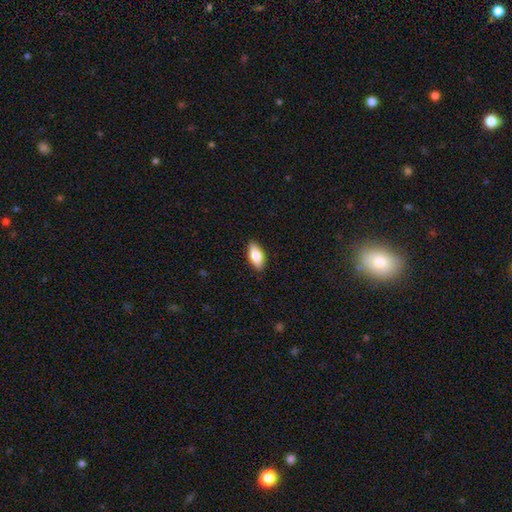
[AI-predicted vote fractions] Smooth or featured?
  - smooth: 82% *
  - featured or disk: 12%
  - star or artifact: 6%
How rounded?
  - in between: 87% *
  - cigar-shaped: 11%
  - round: 3%
Merging?
  - none: 88% *
  - minor disturbance: 9%
  - major disturbance: 2%
  - merger: 1%